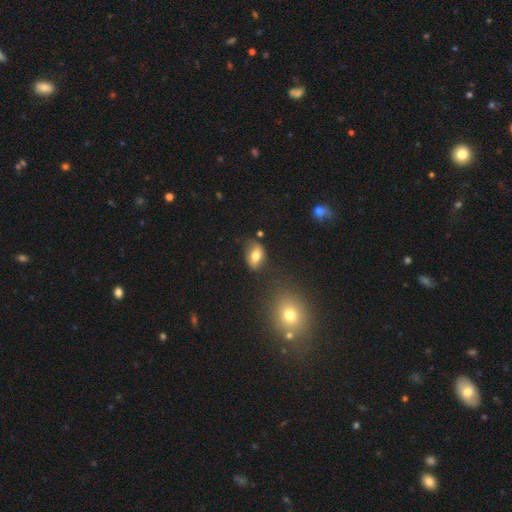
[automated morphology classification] Smooth or featured: smooth — 75% (featured or disk — 16%)
How rounded: in between — 86% (round — 12%)
Merging: none — 67% (minor disturbance — 22%)